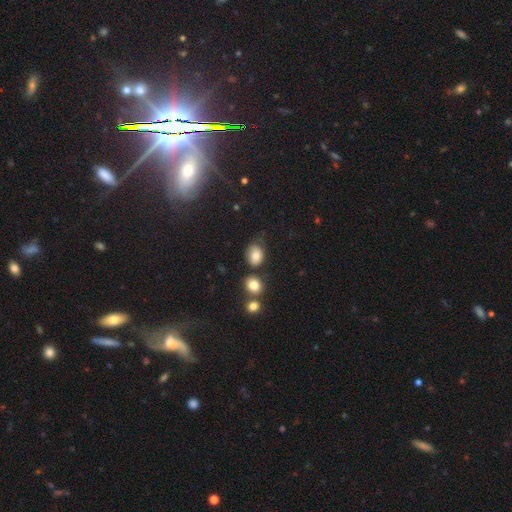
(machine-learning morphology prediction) smooth-or-featured: smooth: 81% | star or artifact: 11% | featured or disk: 8%
  how-rounded: in between: 56% | round: 43% | cigar-shaped: 1%
  merging: none: 58% | minor disturbance: 24% | merger: 10% | major disturbance: 8%